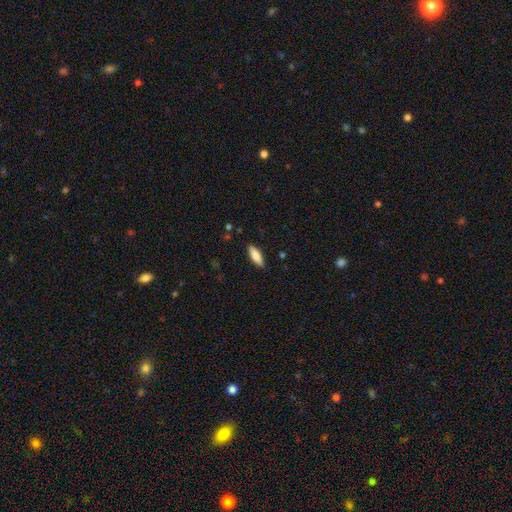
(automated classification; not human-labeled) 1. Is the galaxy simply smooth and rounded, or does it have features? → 81% smooth, 13% featured or disk, 6% star or artifact.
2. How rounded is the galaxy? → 58% in between, 40% cigar-shaped, 2% round.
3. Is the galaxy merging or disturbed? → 88% none, 9% minor disturbance, 2% major disturbance, 1% merger.